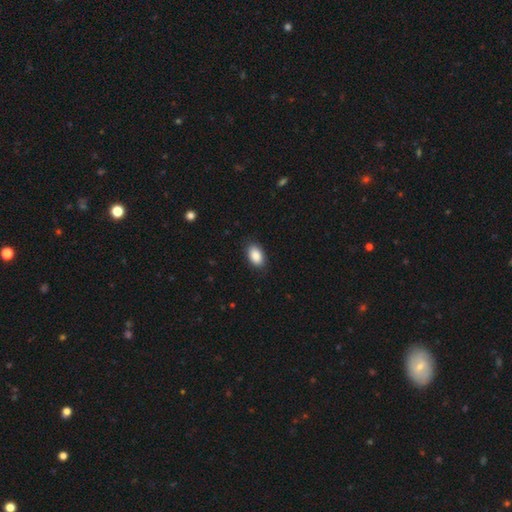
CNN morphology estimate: This is clearly a smooth galaxy (89%). How rounded: clearly in between (92%). Merging: clearly none (87%).